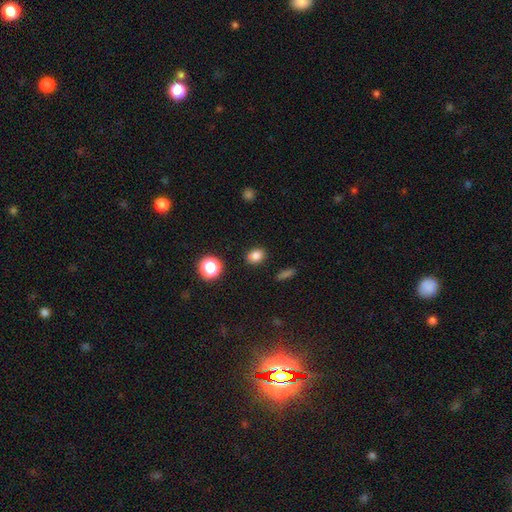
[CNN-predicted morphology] smooth 80%, star or artifact 14%, featured or disk 6%. Down the decision tree: how rounded — in between (59%); merging — none (85%).